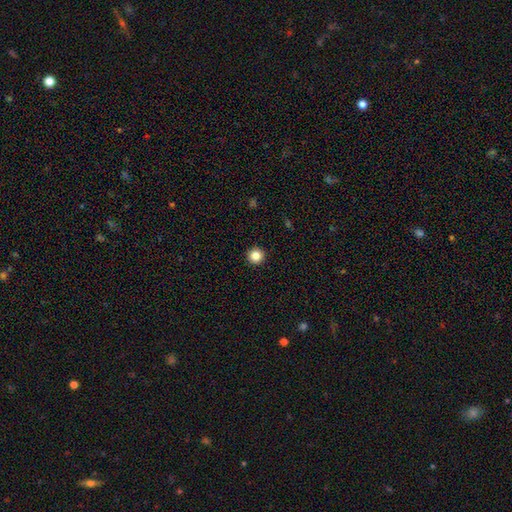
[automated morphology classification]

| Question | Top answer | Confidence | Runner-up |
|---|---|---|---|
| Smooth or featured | smooth | 84% | star or artifact (11%) |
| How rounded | round | 96% | in between (3%) |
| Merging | none | 93% | minor disturbance (4%) |